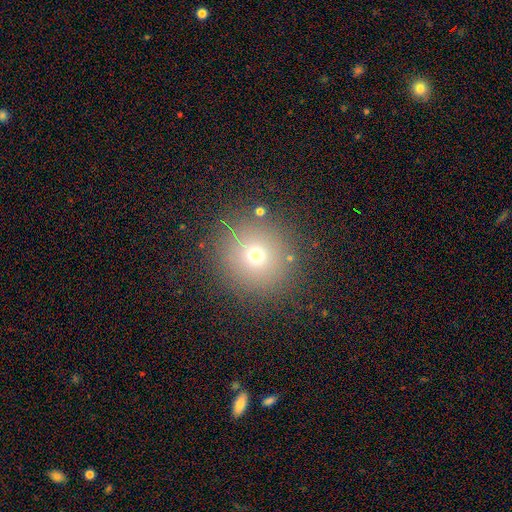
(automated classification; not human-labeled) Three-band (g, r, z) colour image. It shows a smooth galaxy with no disk features (67%) that is round (93%). Merging: none (87%).